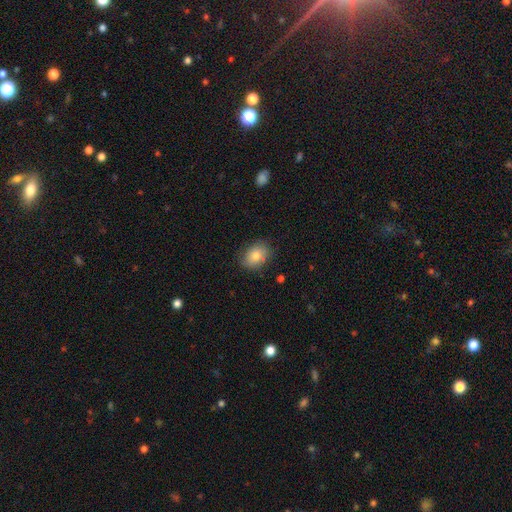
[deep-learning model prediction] Overall: smooth (80%). How rounded: in between (67%; round 32%). Merging: none (80%).